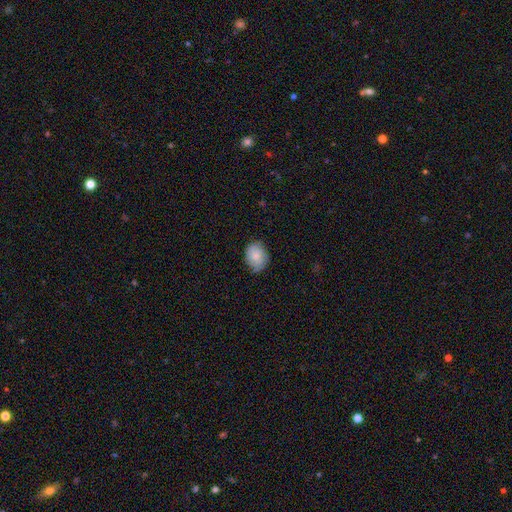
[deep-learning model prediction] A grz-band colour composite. It shows a smooth galaxy with no disk features (77%) that is in between round and cigar-shaped (62%). Merging: none (72%).